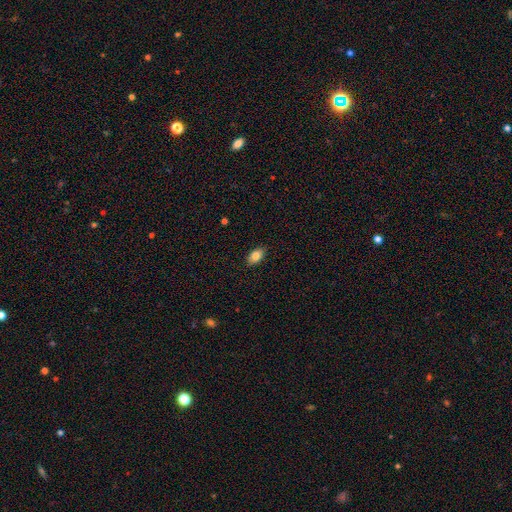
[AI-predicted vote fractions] This appears to be a smooth galaxy with no disk features (84%) that is in between round and cigar-shaped (89%). Merging: none (87%).